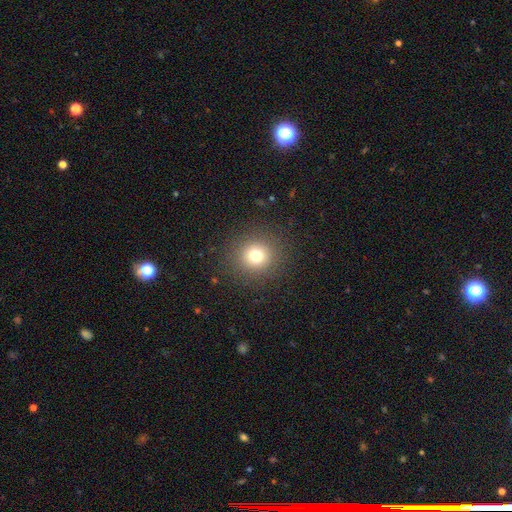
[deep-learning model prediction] A smooth galaxy with no disk features (75%) that is round (93%). Merging: none (89%).